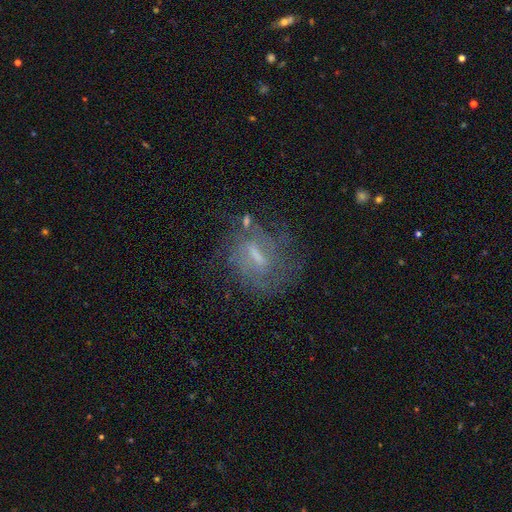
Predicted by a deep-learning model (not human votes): Morphology: type=featured or disk (66%); edge-on=no (88%); bar=weak (45%); spiral arms=yes (64%); bulge=small (35%); merging=none (60%).